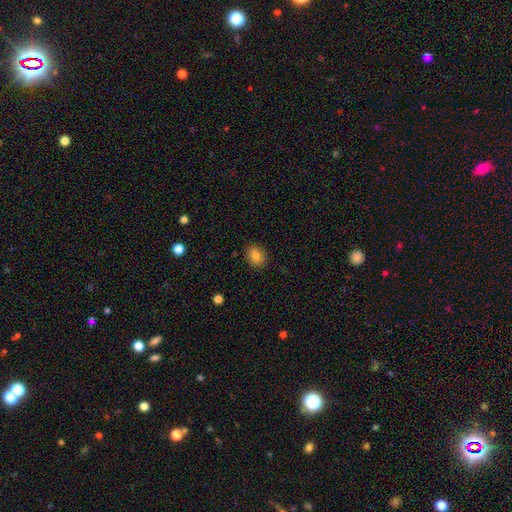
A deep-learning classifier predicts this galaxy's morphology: smooth_or_featured: smooth (p=0.81) [alt: star or artifact p=0.10]
how_rounded: in between (p=0.54) [alt: round p=0.44]
merging: none (p=0.87) [alt: minor disturbance p=0.10]